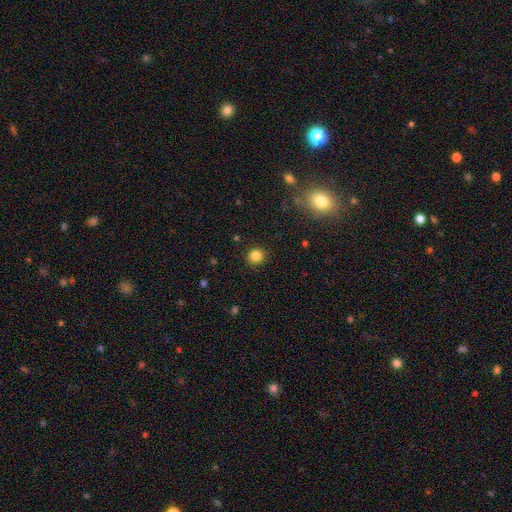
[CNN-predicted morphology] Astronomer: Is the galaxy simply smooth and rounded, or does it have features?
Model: smooth — 83%.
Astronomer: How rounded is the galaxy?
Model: round — 91%.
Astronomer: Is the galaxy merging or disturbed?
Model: none — 91%.